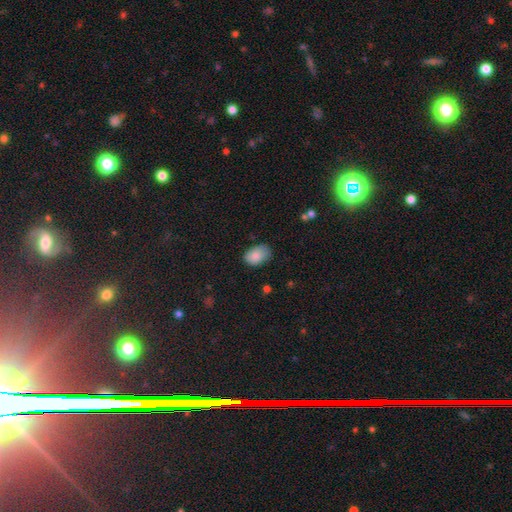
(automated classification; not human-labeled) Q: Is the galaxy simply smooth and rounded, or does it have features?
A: smooth — 86%.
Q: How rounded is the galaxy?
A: in between — 86%.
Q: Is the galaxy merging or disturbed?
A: none — 71%.